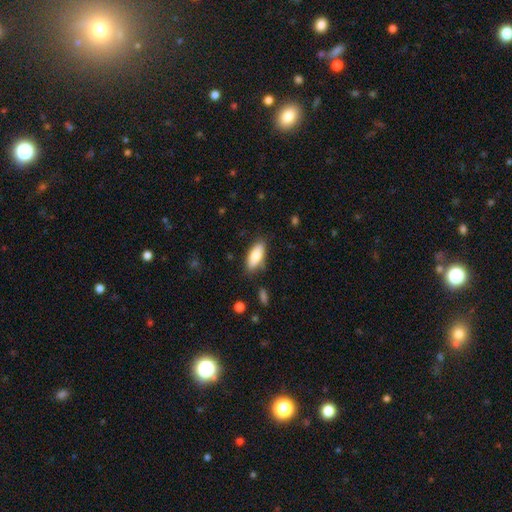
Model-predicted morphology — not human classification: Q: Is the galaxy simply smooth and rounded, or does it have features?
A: smooth — 79%.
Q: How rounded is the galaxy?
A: in between — 81%.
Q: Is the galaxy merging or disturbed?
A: none — 79%.